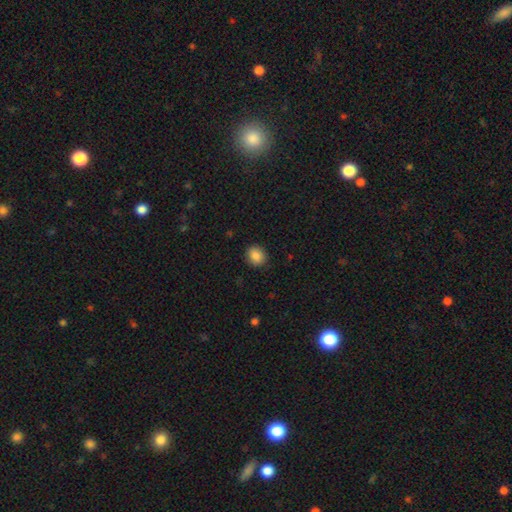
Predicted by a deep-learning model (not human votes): smooth-or-featured: smooth: 87% | star or artifact: 9% | featured or disk: 4%
  how-rounded: round: 73% | in between: 26% | cigar-shaped: 1%
  merging: none: 89% | minor disturbance: 8% | major disturbance: 2% | merger: 1%